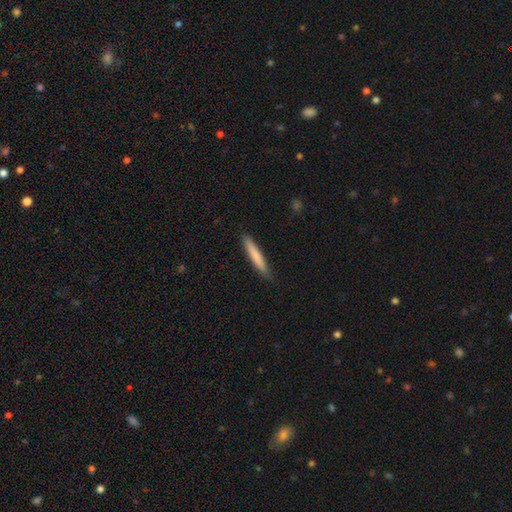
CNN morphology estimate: smooth_or_featured: smooth (p=0.78) [alt: featured or disk p=0.17]
how_rounded: cigar-shaped (p=0.94) [alt: in between p=0.05]
merging: none (p=0.88) [alt: minor disturbance p=0.10]